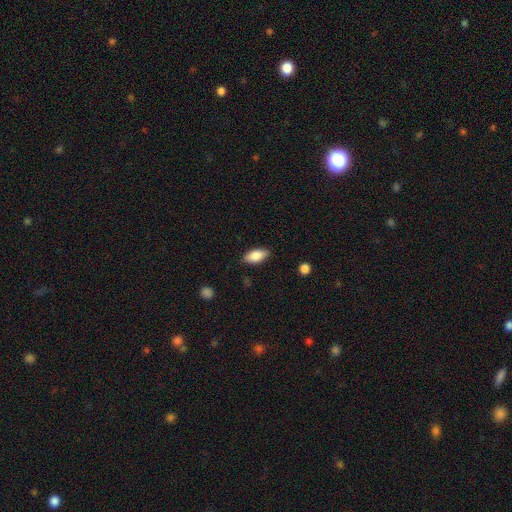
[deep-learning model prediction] smooth 85%, featured or disk 9%, star or artifact 7%. Down the decision tree: how rounded — in between (90%); merging — none (85%).